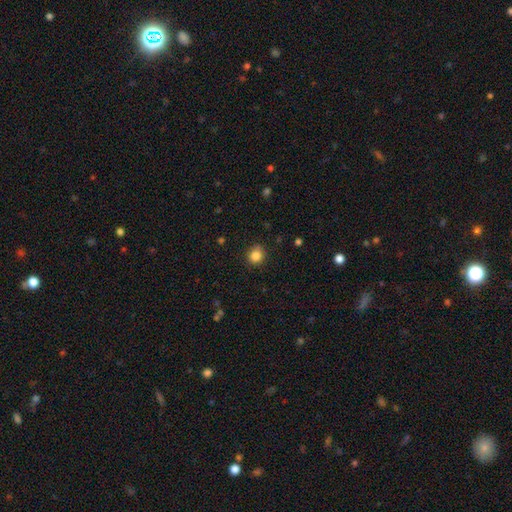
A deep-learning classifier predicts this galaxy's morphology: smooth 85%, star or artifact 11%, featured or disk 4%. Down the decision tree: how rounded — round (83%); merging — none (84%).